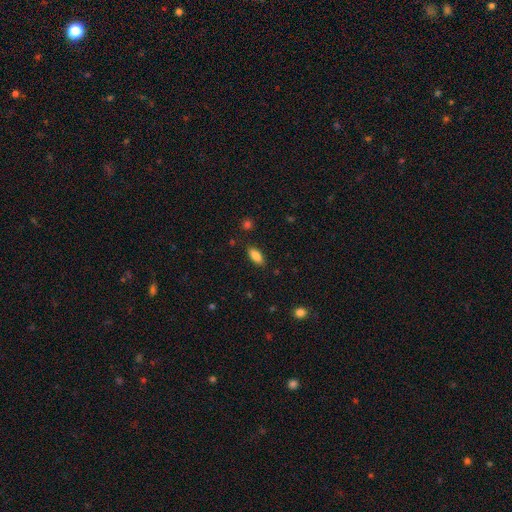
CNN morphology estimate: Smooth or featured: smooth — 85% (star or artifact — 8%)
How rounded: in between — 85% (cigar-shaped — 13%)
Merging: none — 86% (minor disturbance — 10%)